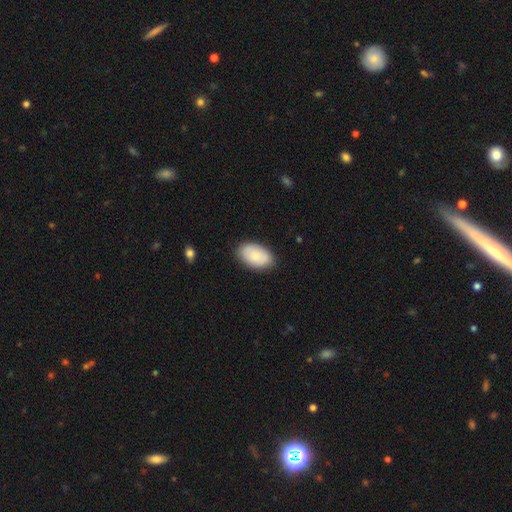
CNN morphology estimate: Smooth or featured?
  - smooth: 76% *
  - featured or disk: 18%
  - star or artifact: 6%
How rounded?
  - in between: 92% *
  - round: 6%
  - cigar-shaped: 1%
Merging?
  - none: 84% *
  - minor disturbance: 12%
  - major disturbance: 3%
  - merger: 1%